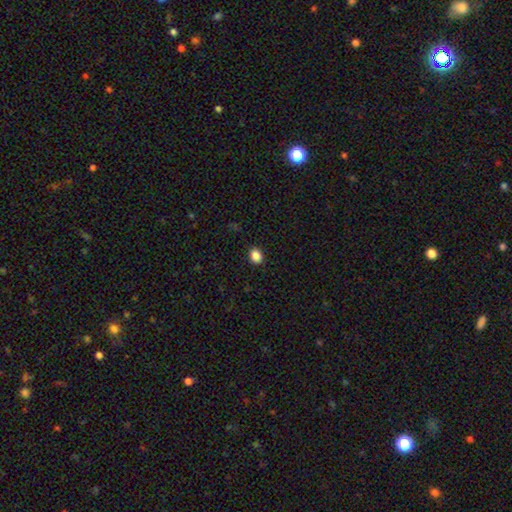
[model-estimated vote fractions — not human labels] Smooth or featured? Predicted: smooth (p=0.87). How rounded? Predicted: round (p=0.52). Merging? Predicted: none (p=0.90).